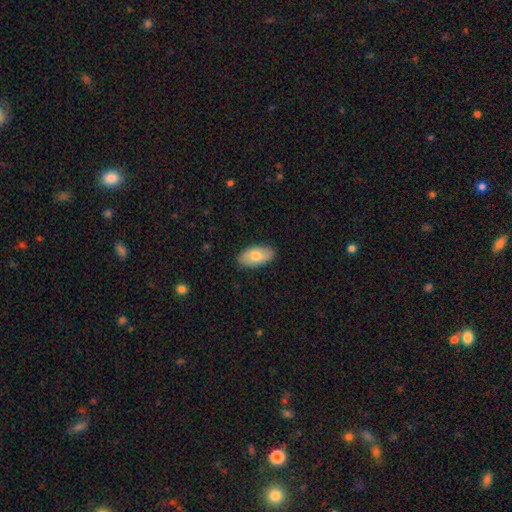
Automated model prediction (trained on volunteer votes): Q: Smooth or featured?
A: smooth (74%); runner-up: featured or disk (21%)
Q: How rounded?
A: in between (94%); runner-up: round (3%)
Q: Merging?
A: none (87%); runner-up: minor disturbance (10%)